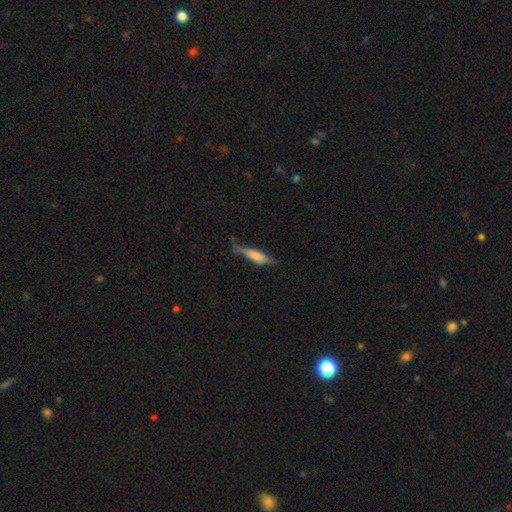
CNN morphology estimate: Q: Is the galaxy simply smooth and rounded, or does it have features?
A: smooth — 59%.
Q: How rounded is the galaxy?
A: cigar-shaped — 74%.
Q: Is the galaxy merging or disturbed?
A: none — 63%.